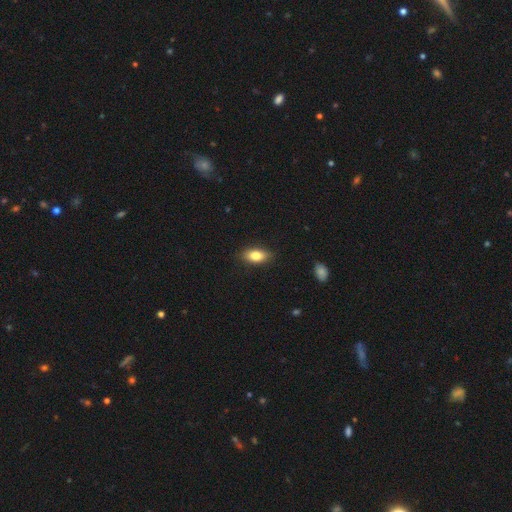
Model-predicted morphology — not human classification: A smooth galaxy with no disk features (79%) that is in between round and cigar-shaped (86%).

Vote fractions:
- Smooth or featured? smooth: 79% / featured or disk: 13% / star or artifact: 8%
- How rounded? in between: 86% / cigar-shaped: 7% / round: 6%
- Merging? none: 86% / minor disturbance: 11% / major disturbance: 2% / merger: 1%